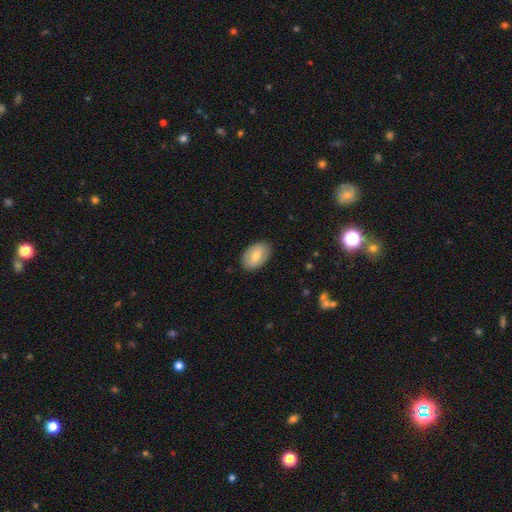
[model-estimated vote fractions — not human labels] A smooth galaxy with no disk features (67%) that is in between round and cigar-shaped (90%). Merging: none (86%).